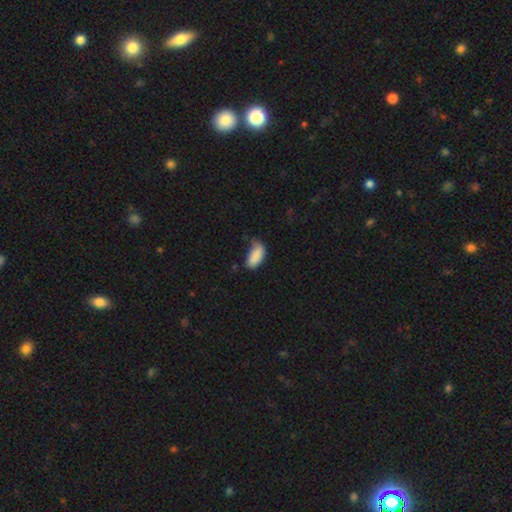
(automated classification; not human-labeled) The model was most divided on "merging": none: 42%, minor disturbance: 40%, major disturbance: 14%, merger: 4%. More confident: how rounded — in between (93%); smooth or featured — smooth (87%).